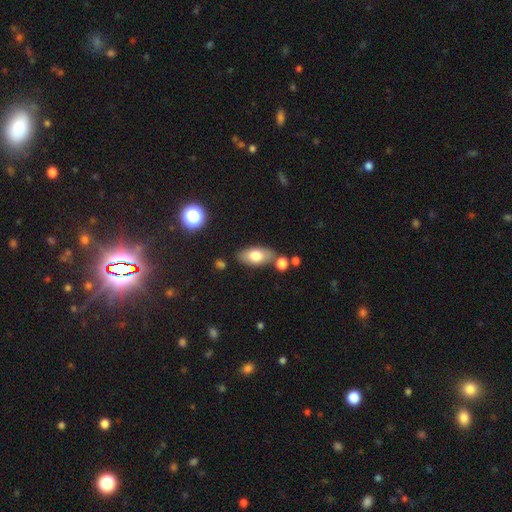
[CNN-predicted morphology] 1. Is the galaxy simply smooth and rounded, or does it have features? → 73% smooth, 20% featured or disk, 8% star or artifact.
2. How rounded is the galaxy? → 89% in between, 6% cigar-shaped, 5% round.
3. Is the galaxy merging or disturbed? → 75% none, 13% minor disturbance, 9% merger, 3% major disturbance.